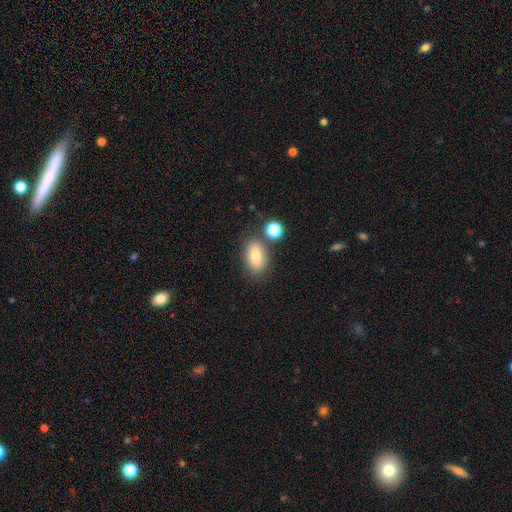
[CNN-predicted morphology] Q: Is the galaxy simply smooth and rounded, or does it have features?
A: smooth — 79%.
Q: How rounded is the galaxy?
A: in between — 87%.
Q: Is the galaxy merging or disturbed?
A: none — 73%.